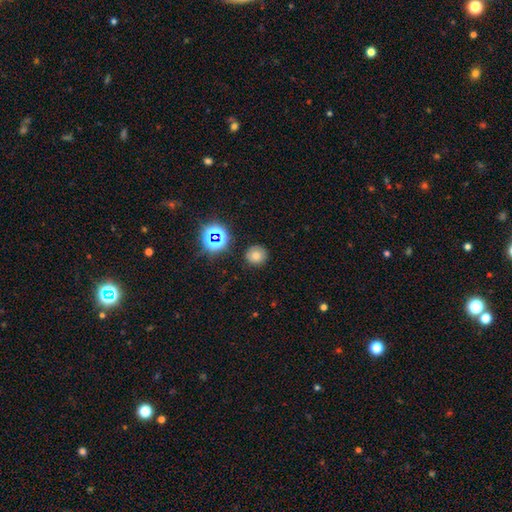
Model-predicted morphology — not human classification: This appears to be a smooth galaxy with no disk features (72%) that is round (91%). Merging: none (87%).